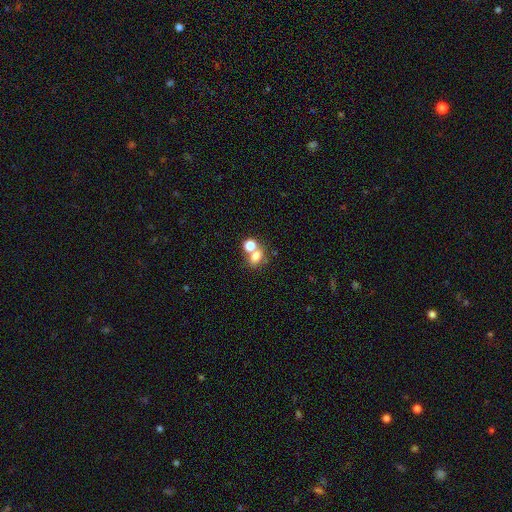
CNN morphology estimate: smooth 72%, star or artifact 16%, featured or disk 12%. Down the decision tree: how rounded — in between (60%); merging — merger (44%).